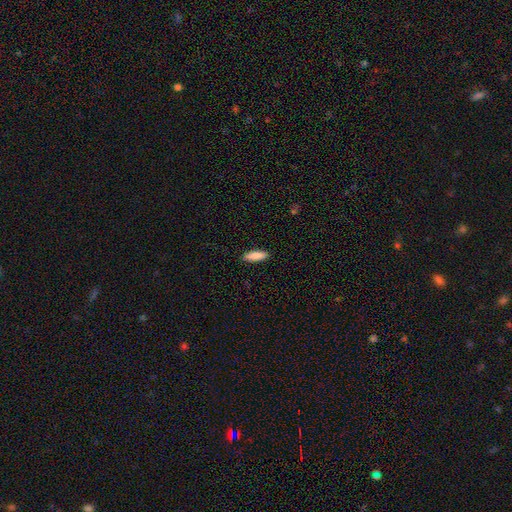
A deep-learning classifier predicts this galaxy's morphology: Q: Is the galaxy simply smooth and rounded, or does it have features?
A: smooth — 85%.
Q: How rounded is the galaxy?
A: cigar-shaped — 55%.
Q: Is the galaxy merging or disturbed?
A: none — 90%.